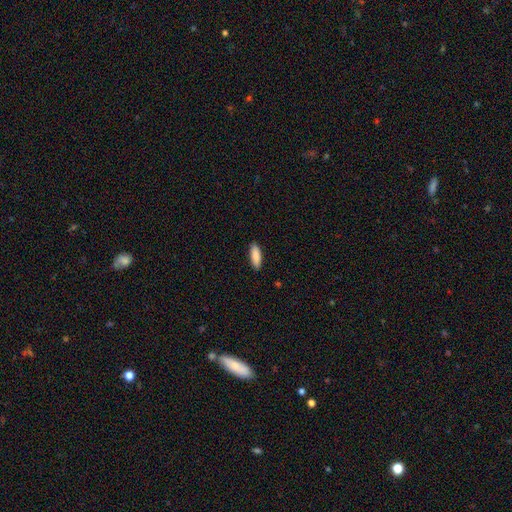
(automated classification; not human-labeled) A smooth galaxy with no disk features (89%) that is in between round and cigar-shaped (60%).

Vote fractions:
- Smooth or featured? smooth: 89% / star or artifact: 6% / featured or disk: 5%
- How rounded? in between: 60% / cigar-shaped: 38% / round: 2%
- Merging? none: 89% / minor disturbance: 8% / major disturbance: 2% / merger: 1%